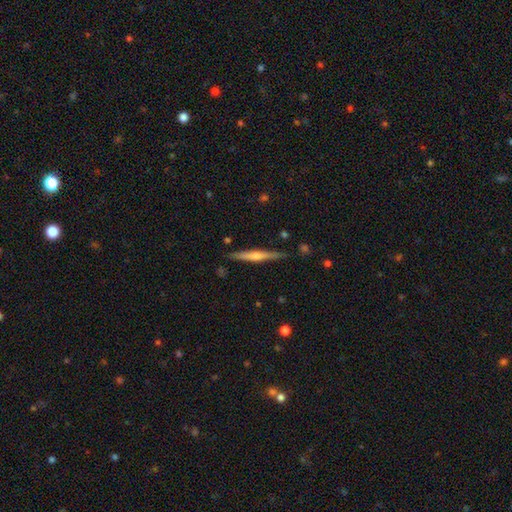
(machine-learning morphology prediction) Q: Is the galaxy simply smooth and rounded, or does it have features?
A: featured or disk — 71%.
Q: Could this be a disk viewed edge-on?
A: yes — 98%.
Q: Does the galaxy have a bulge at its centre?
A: rounded — 78%.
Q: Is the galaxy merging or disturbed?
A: none — 89%.